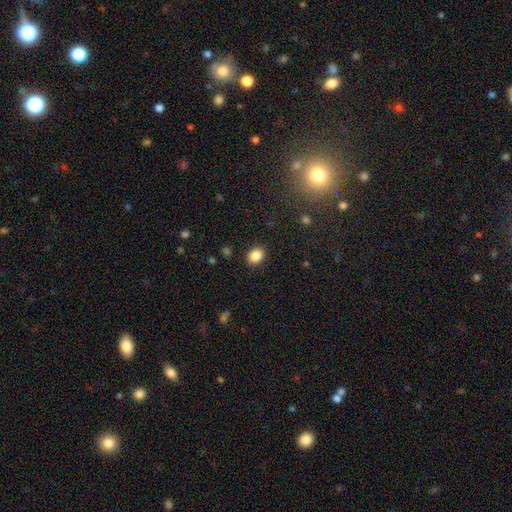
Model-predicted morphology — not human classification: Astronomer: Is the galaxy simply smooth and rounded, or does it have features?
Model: smooth — 86%.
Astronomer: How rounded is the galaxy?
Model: in between — 61% (runner-up: round, 38%).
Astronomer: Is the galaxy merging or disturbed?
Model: none — 89%.